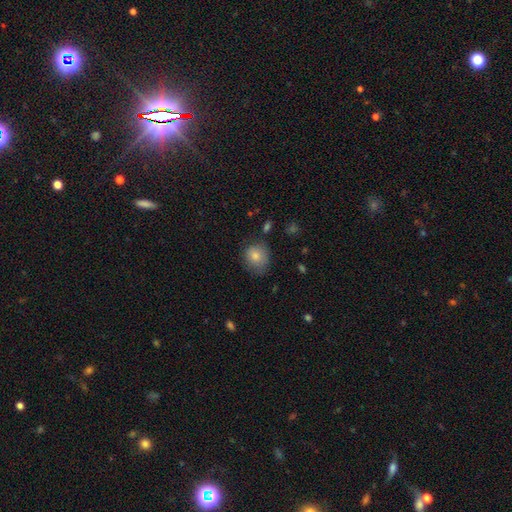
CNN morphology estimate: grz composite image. It shows a smooth galaxy with no disk features (81%) that is round (67%). Merging: none (63%).